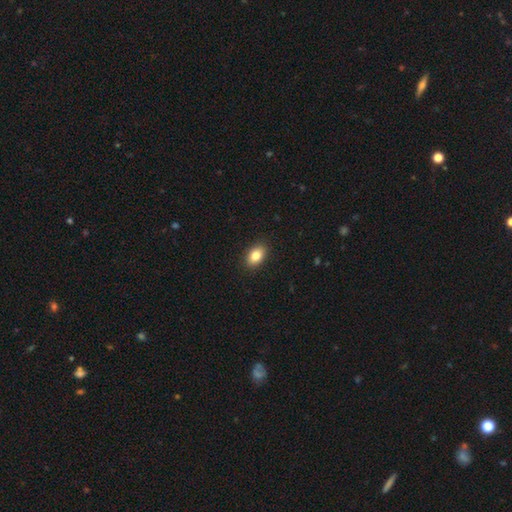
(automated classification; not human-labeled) Q: Smooth or featured?
A: smooth (84%); runner-up: star or artifact (8%)
Q: How rounded?
A: in between (87%); runner-up: round (12%)
Q: Merging?
A: none (90%); runner-up: minor disturbance (8%)